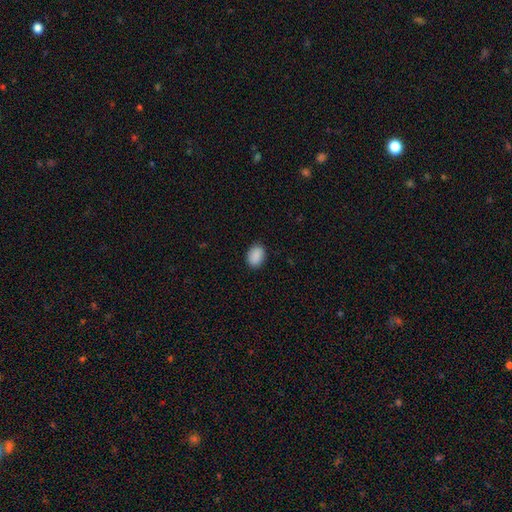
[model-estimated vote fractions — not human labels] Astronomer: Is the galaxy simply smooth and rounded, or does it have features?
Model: smooth — 90%.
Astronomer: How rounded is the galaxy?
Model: in between — 73%.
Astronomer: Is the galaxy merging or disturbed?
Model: none — 89%.